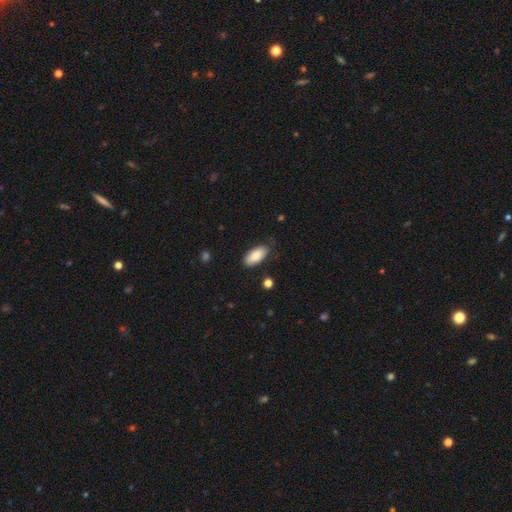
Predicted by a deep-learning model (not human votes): smooth 86%, featured or disk 8%, star or artifact 6%. Down the decision tree: how rounded — in between (92%); merging — none (72%).